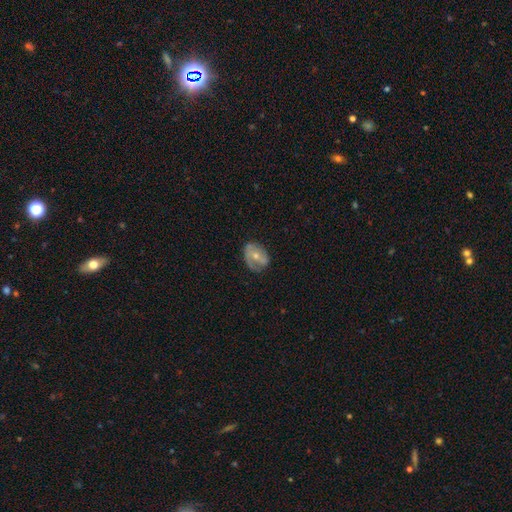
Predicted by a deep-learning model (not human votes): Q: Smooth or featured?
A: featured or disk (52%); runner-up: smooth (41%)
Q: Edge-on disk?
A: no (95%); runner-up: yes (5%)
Q: Merging?
A: none (60%); runner-up: minor disturbance (27%)